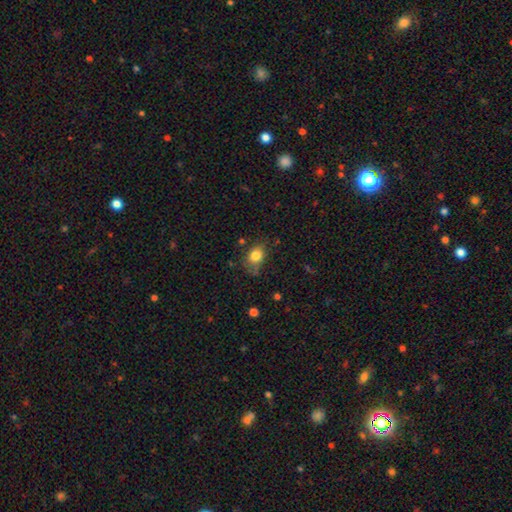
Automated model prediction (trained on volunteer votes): Smooth or featured?
  - smooth: 82% *
  - star or artifact: 10%
  - featured or disk: 9%
How rounded?
  - in between: 66% *
  - round: 33%
  - cigar-shaped: 1%
Merging?
  - none: 65% *
  - minor disturbance: 24%
  - major disturbance: 7%
  - merger: 4%